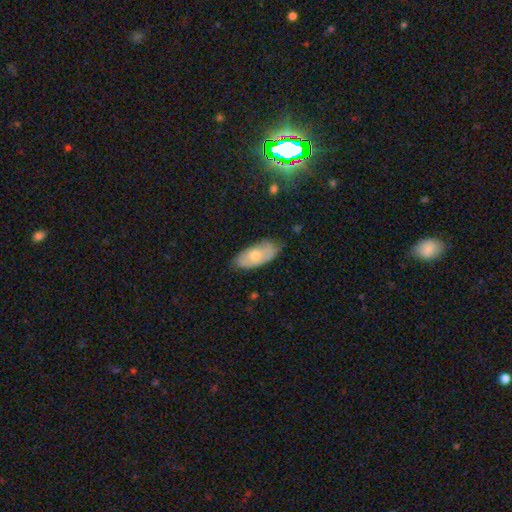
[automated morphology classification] Smooth or featured?
  - smooth: 59% *
  - featured or disk: 35%
  - star or artifact: 6%
How rounded?
  - in between: 90% *
  - cigar-shaped: 8%
  - round: 3%
Merging?
  - none: 62% *
  - minor disturbance: 30%
  - major disturbance: 6%
  - merger: 2%